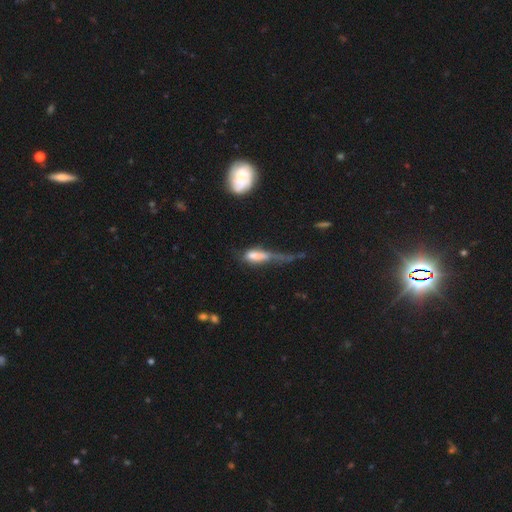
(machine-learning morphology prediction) Q: Smooth or featured?
A: smooth (60%); runner-up: featured or disk (30%)
Q: How rounded?
A: in between (59%); runner-up: cigar-shaped (35%)
Q: Merging?
A: major disturbance (56%); runner-up: minor disturbance (20%)